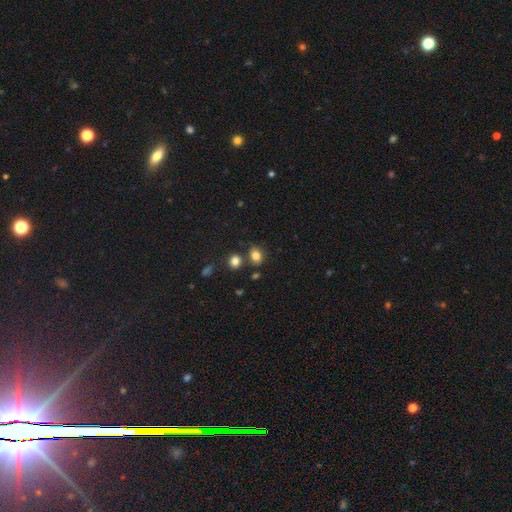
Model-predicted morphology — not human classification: smooth_or_featured: smooth (p=0.82) [alt: star or artifact p=0.12]
how_rounded: in between (p=0.52) [alt: round p=0.47]
merging: none (p=0.73) [alt: minor disturbance p=0.12]